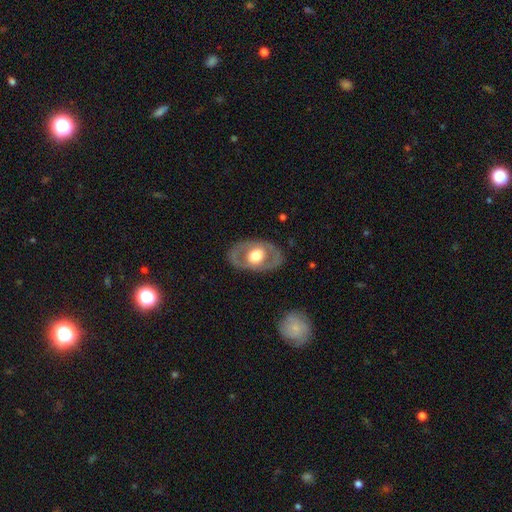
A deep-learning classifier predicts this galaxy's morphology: Smooth or featured?
  - featured or disk: 58% *
  - smooth: 37%
  - star or artifact: 5%
Edge-on disk?
  - no: 89% *
  - yes: 11%
Bar?
  - no: 81% *
  - weak: 14%
  - strong: 5%
Spiral arms?
  - no: 79% *
  - yes: 21%
Bulge size?
  - moderate: 48% *
  - large: 44%
  - dominant: 4%
  - small: 3%
  - none: 1%
Merging?
  - none: 82% *
  - minor disturbance: 12%
  - major disturbance: 5%
  - merger: 1%